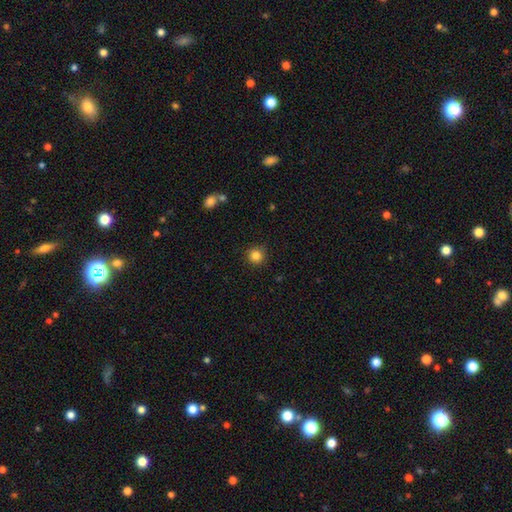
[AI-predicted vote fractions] A smooth galaxy with no disk features (84%) that is round (94%).

Vote fractions:
- Smooth or featured? smooth: 84% / star or artifact: 11% / featured or disk: 5%
- How rounded? round: 94% / in between: 5% / cigar-shaped: 1%
- Merging? none: 90% / minor disturbance: 7% / major disturbance: 2% / merger: 1%